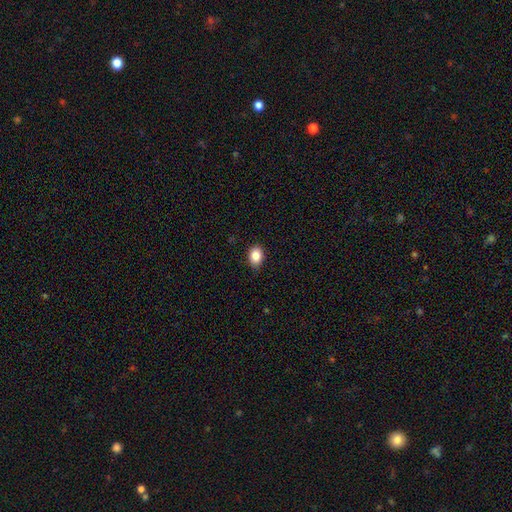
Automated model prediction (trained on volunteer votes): Smooth or featured? Predicted: smooth (p=0.86). How rounded? Predicted: in between (p=0.68). Merging? Predicted: none (p=0.83).